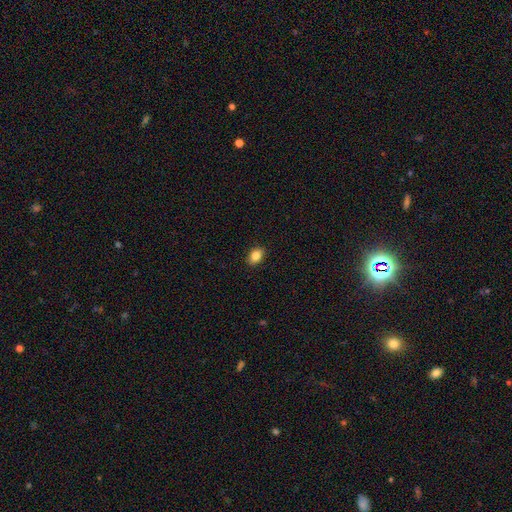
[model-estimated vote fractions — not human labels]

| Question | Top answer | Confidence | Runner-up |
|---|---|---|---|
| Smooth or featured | smooth | 85% | star or artifact (8%) |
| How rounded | in between | 82% | round (16%) |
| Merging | none | 89% | minor disturbance (8%) |